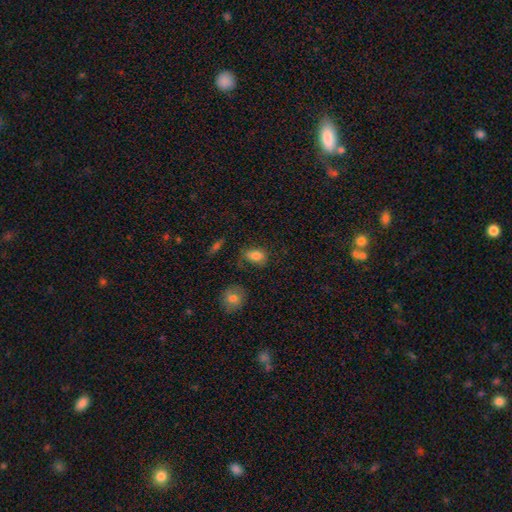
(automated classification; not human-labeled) This appears to be a smooth galaxy with no disk features (82%) that is in between round and cigar-shaped (77%). Merging: none (62%).